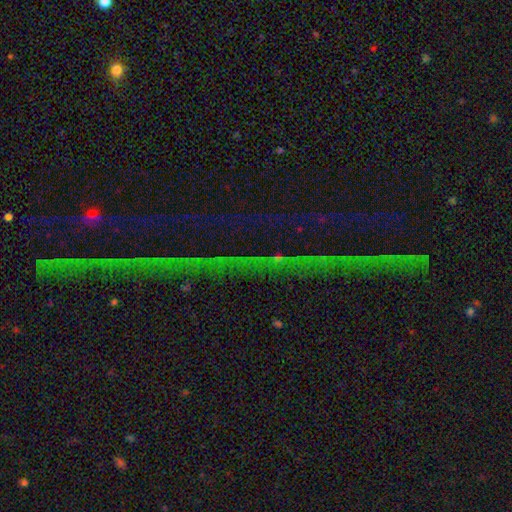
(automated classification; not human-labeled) Smooth or featured: star or artifact — 83% (featured or disk — 10%)